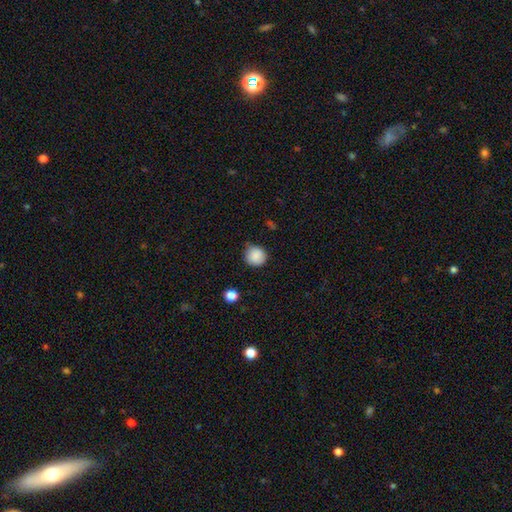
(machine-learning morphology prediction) Smooth or featured? Predicted: smooth (p=0.88). How rounded? Predicted: round (p=0.89). Merging? Predicted: none (p=0.79).